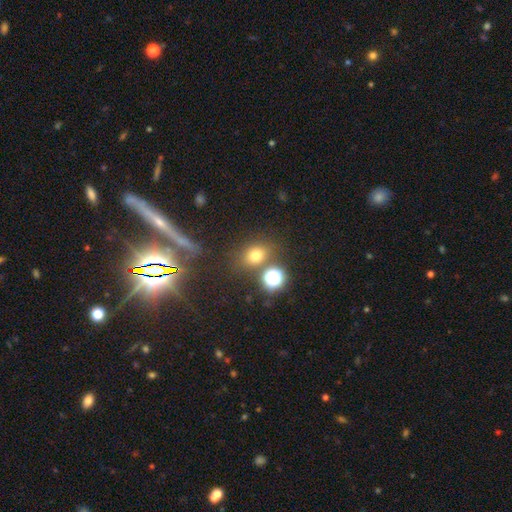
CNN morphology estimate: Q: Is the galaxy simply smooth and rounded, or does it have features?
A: smooth — 70%.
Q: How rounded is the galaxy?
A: round — 59%.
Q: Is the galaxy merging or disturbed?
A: none — 72%.